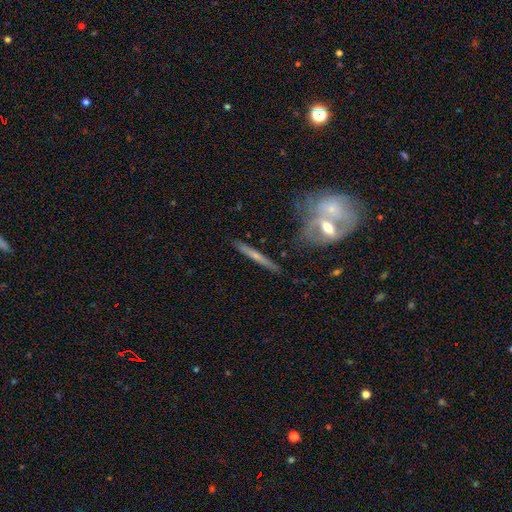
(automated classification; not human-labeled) Smooth or featured? featured or disk (51%)
Edge-on disk? yes (91%)
Merging? none (81%)